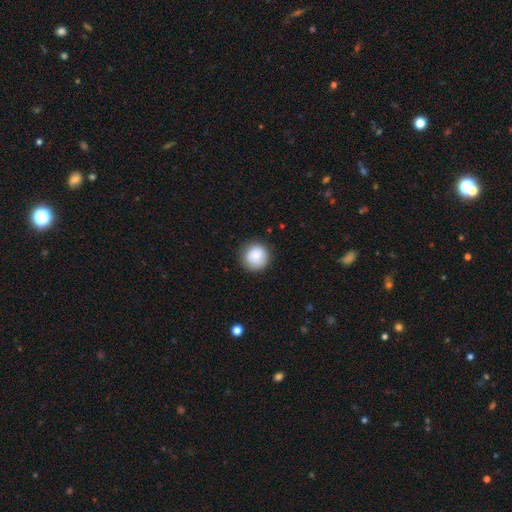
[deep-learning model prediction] This appears to be a smooth galaxy with no disk features (86%) that is round (94%). Merging: none (87%).